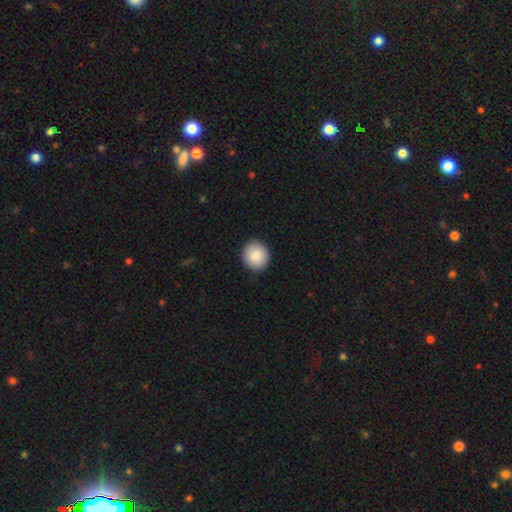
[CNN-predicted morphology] Q: Smooth or featured?
A: smooth (88%); runner-up: star or artifact (7%)
Q: How rounded?
A: round (82%); runner-up: in between (17%)
Q: Merging?
A: none (91%); runner-up: minor disturbance (6%)